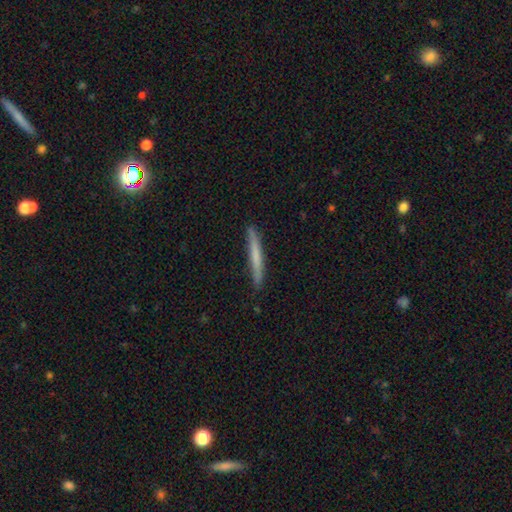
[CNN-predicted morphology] This appears to be a smooth galaxy with no disk features (64%) that is cigar-shaped (97%). Merging: none (87%).